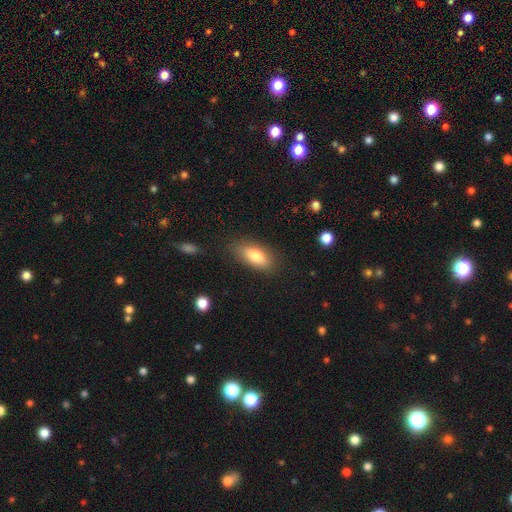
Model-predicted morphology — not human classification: A smooth galaxy with no disk features (78%) that is in between round and cigar-shaped (80%). Merging: none (81%).